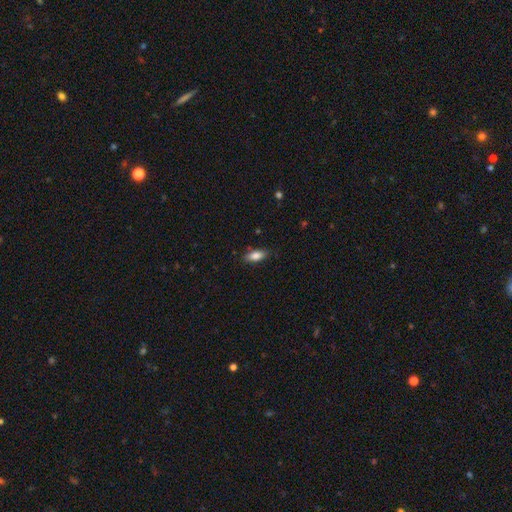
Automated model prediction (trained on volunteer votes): Smooth or featured?
  - smooth: 84% *
  - featured or disk: 9%
  - star or artifact: 7%
How rounded?
  - in between: 84% *
  - cigar-shaped: 13%
  - round: 3%
Merging?
  - none: 83% *
  - minor disturbance: 13%
  - major disturbance: 3%
  - merger: 1%